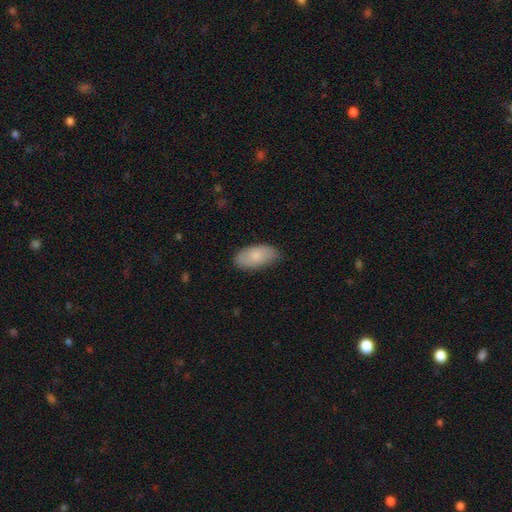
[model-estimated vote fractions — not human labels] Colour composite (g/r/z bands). It shows a smooth galaxy with no disk features (78%) that is in between round and cigar-shaped (94%). Merging: none (80%).